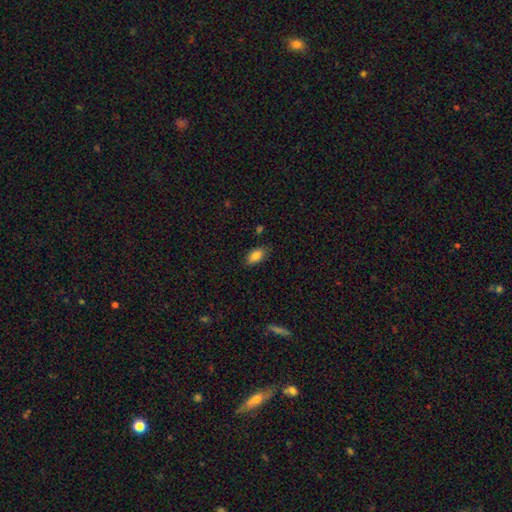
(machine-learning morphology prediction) This appears to be a smooth galaxy with no disk features (86%) that is in between round and cigar-shaped (91%). Merging: none (79%).